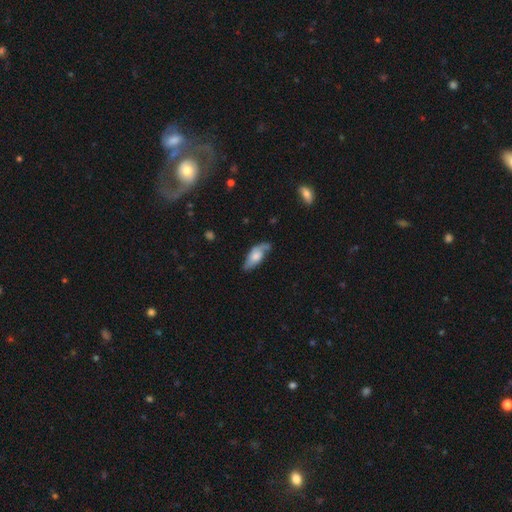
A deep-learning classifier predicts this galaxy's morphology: Q: Smooth or featured?
A: smooth (47%); tied with: featured or disk (47%)
Q: Merging?
A: none (56%); runner-up: minor disturbance (29%)